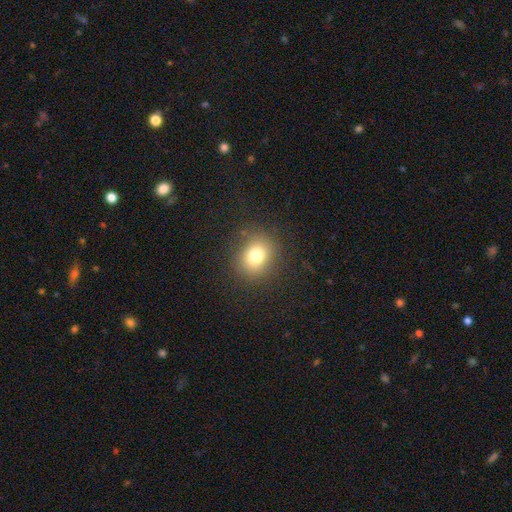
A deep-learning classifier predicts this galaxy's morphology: This is likely a smooth galaxy (78%). How rounded: likely round (66%). Merging: clearly none (85%).